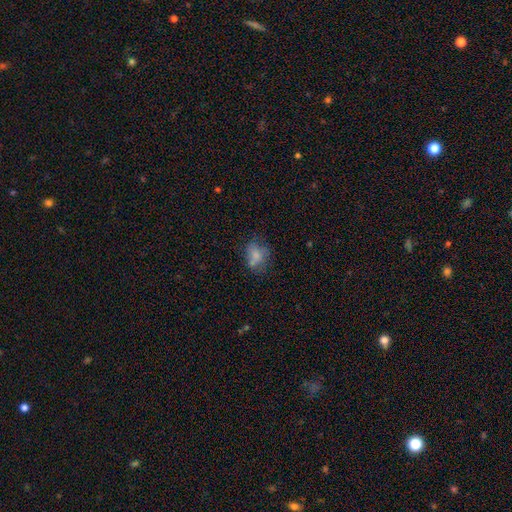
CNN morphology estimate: Smooth or featured? Predicted: smooth (p=0.69). How rounded? Predicted: in between (p=0.59). Merging? Predicted: none (p=0.48).